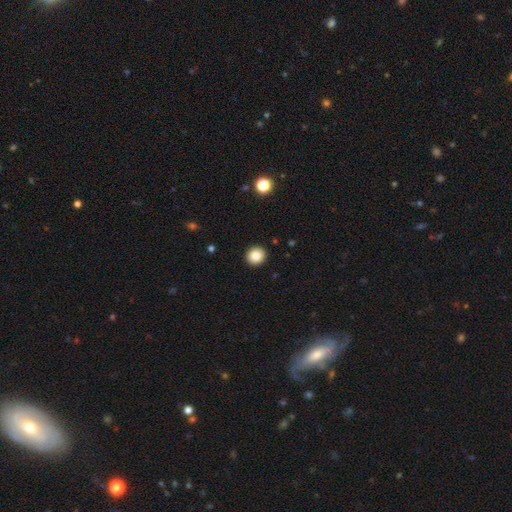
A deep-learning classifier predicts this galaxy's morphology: This appears to be a smooth galaxy with no disk features (84%) that is round (89%). Merging: none (93%).